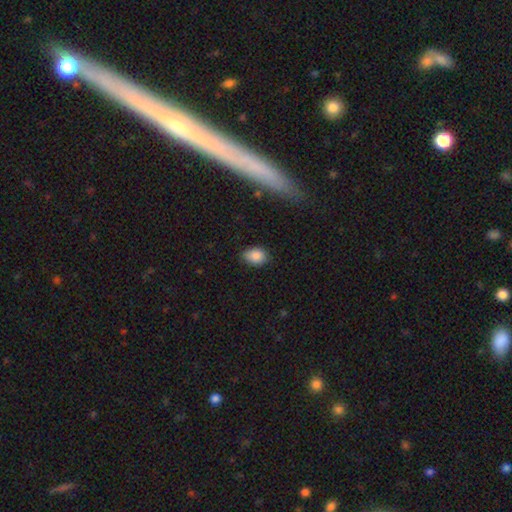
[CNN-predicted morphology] Q: Smooth or featured?
A: smooth (86%); runner-up: star or artifact (9%)
Q: How rounded?
A: in between (73%); runner-up: round (25%)
Q: Merging?
A: none (79%); runner-up: minor disturbance (17%)